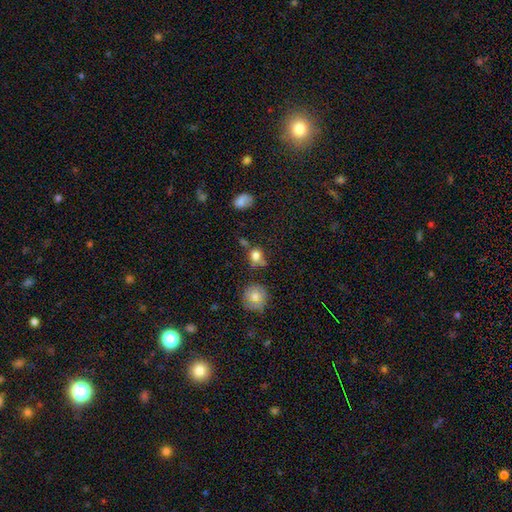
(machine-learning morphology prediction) smooth 79%, star or artifact 13%, featured or disk 9%. Down the decision tree: how rounded — round (72%); merging — none (58%).